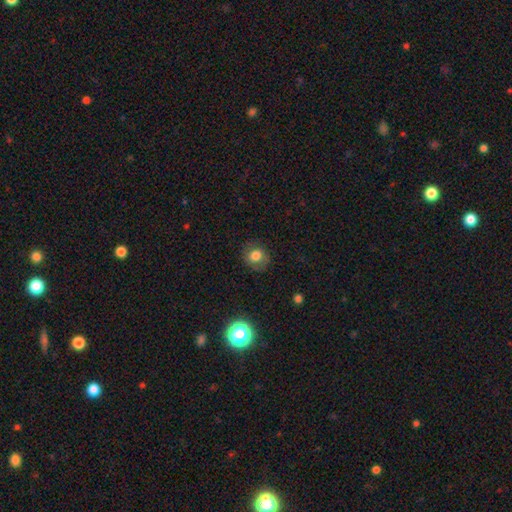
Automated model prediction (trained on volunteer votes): smooth_or_featured: smooth (p=0.76) [alt: featured or disk p=0.12]
how_rounded: round (p=0.75) [alt: in between p=0.24]
merging: none (p=0.76) [alt: minor disturbance p=0.16]